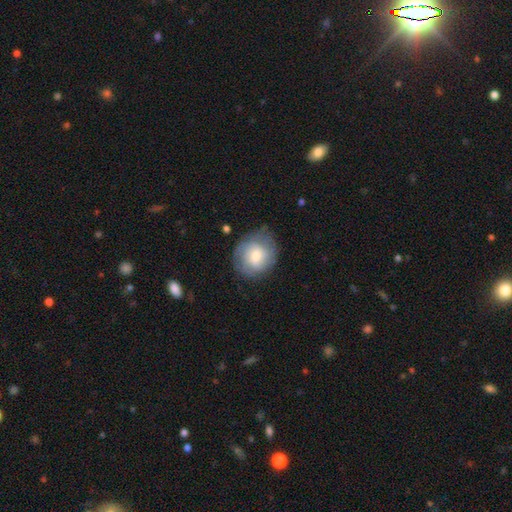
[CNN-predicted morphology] Smooth or featured: smooth — 57% (featured or disk — 35%)
How rounded: round — 77% (in between — 22%)
Merging: none — 71% (minor disturbance — 21%)